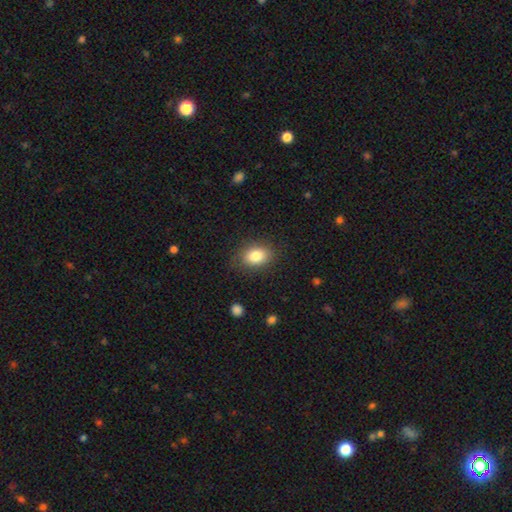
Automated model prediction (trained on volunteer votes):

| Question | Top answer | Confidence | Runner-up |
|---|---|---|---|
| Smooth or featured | smooth | 83% | featured or disk (9%) |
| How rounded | in between | 76% | round (23%) |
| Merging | none | 82% | minor disturbance (13%) |